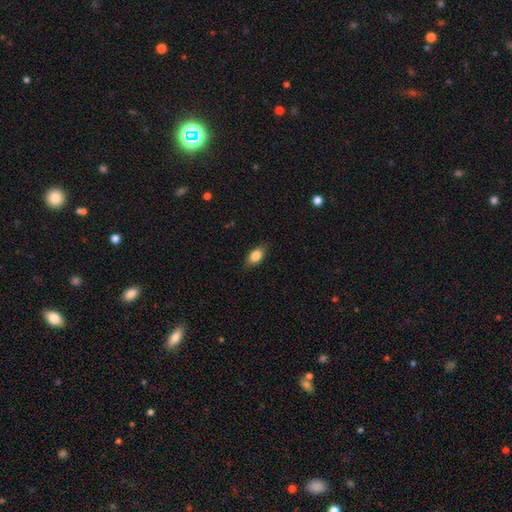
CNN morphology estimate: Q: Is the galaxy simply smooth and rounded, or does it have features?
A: smooth — 82%.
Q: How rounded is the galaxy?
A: in between — 85%.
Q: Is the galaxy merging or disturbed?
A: none — 82%.